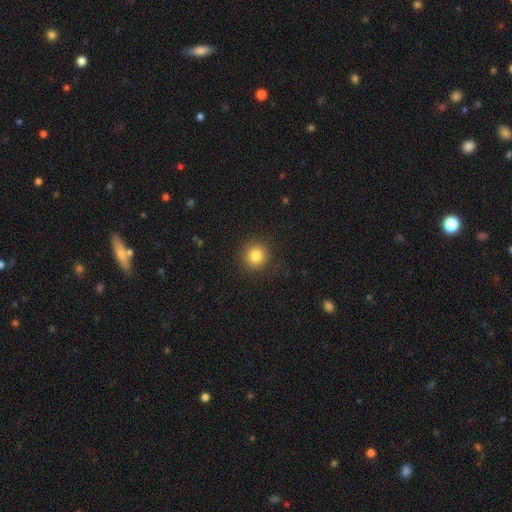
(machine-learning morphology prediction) Smooth or featured? smooth (82%)
How rounded? round (91%)
Merging? none (89%)